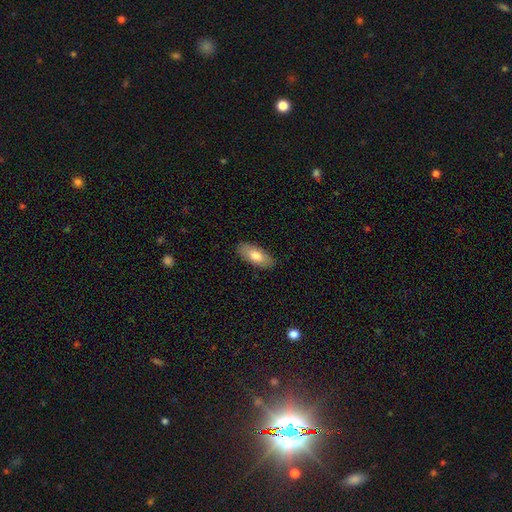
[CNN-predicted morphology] smooth 76%, featured or disk 18%, star or artifact 6%. Down the decision tree: how rounded — in between (87%); merging — none (87%).